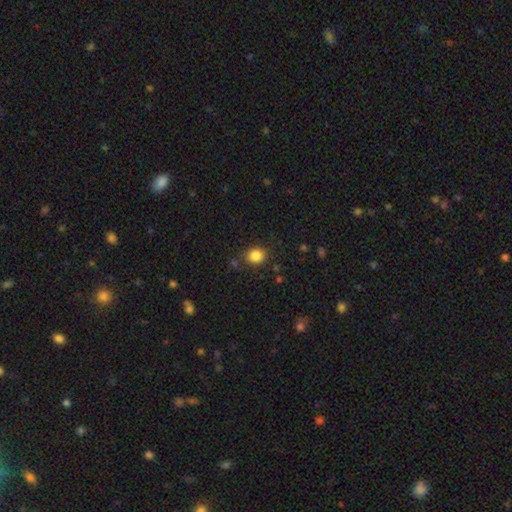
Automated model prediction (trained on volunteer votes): This appears to be a smooth galaxy with no disk features (85%) that is round (73%). Merging: none (84%).